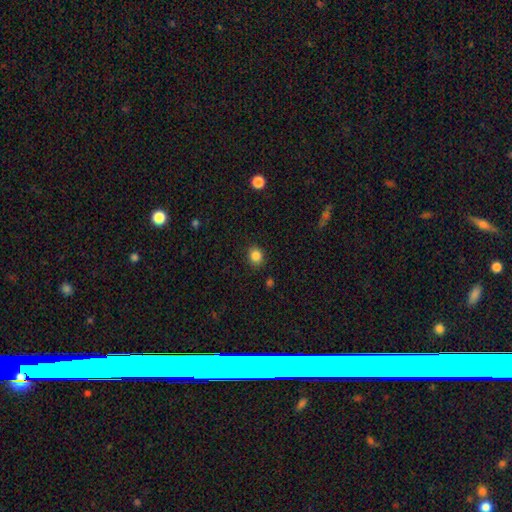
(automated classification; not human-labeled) A smooth galaxy with no disk features (85%) that is round (73%). Merging: none (86%).